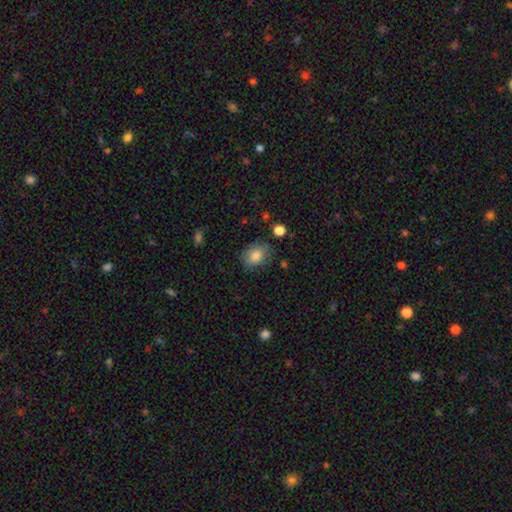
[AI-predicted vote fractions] A smooth galaxy with no disk features (83%) that is in between round and cigar-shaped (63%). Merging: none (76%).